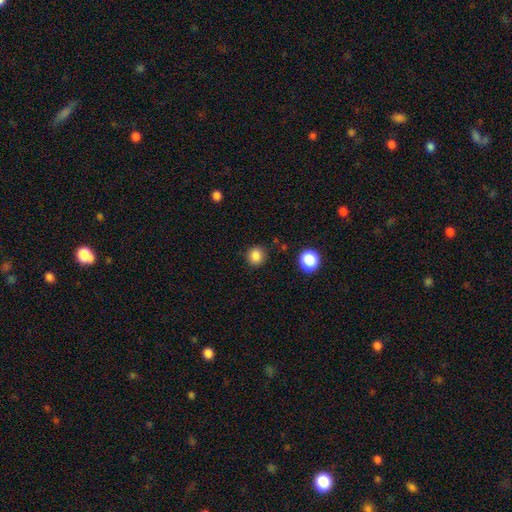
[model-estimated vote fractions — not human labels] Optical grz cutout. It shows a smooth galaxy with no disk features (85%) that is round (88%). Merging: none (88%).